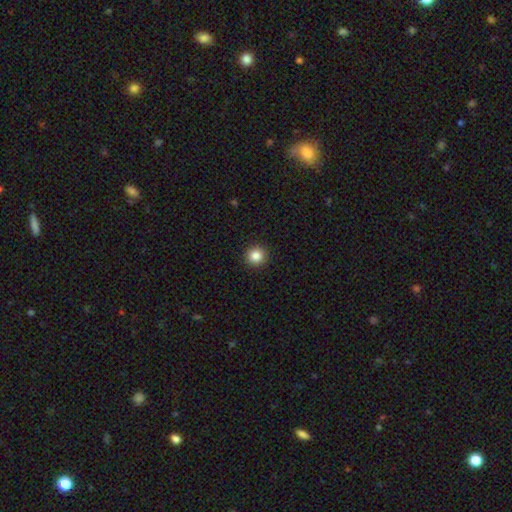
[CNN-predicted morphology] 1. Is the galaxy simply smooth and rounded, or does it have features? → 85% smooth, 10% star or artifact, 4% featured or disk.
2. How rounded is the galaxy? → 94% round, 5% in between, 1% cigar-shaped.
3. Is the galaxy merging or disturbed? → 93% none, 4% minor disturbance, 2% major disturbance, 1% merger.